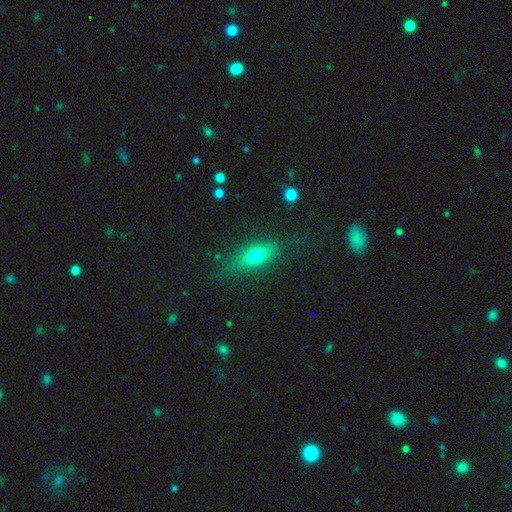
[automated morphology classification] This is likely a smooth galaxy (64%). How rounded: possibly in between (59%). Merging: likely none (71%).